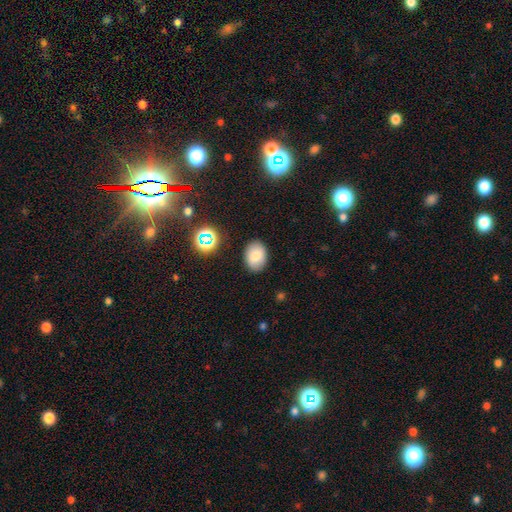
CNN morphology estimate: Smooth or featured: smooth — 79% (star or artifact — 11%)
How rounded: in between — 75% (round — 24%)
Merging: none — 86% (minor disturbance — 10%)